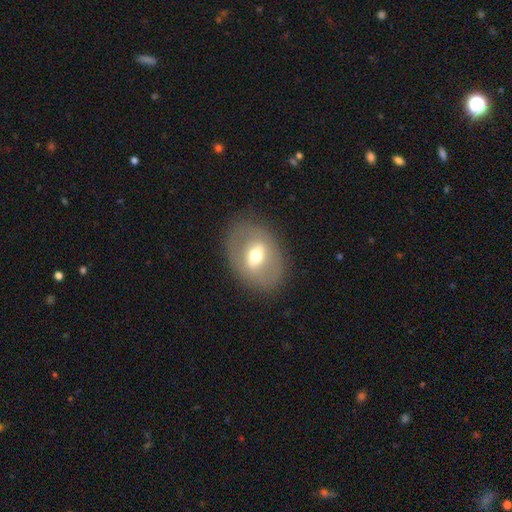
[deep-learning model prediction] A featured or disk galaxy (49%).

Vote fractions:
- Smooth or featured? featured or disk: 49% / smooth: 43% / star or artifact: 8%
- Merging? none: 81% / minor disturbance: 11% / major disturbance: 7% / merger: 1%